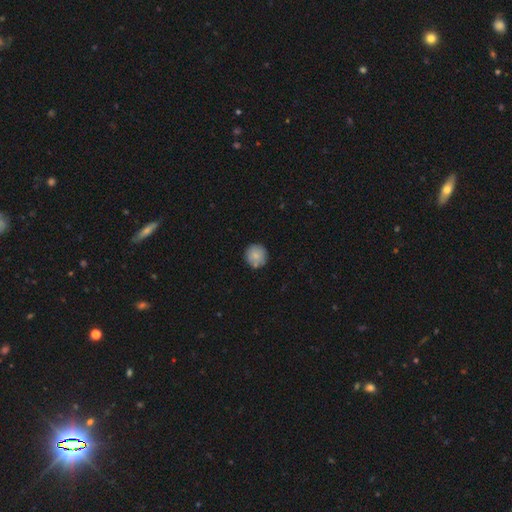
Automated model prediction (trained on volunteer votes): A smooth galaxy with no disk features (82%) that is round (95%).

Vote fractions:
- Smooth or featured? smooth: 82% / featured or disk: 10% / star or artifact: 8%
- How rounded? round: 95% / in between: 4% / cigar-shaped: 1%
- Merging? none: 82% / minor disturbance: 12% / merger: 4% / major disturbance: 2%